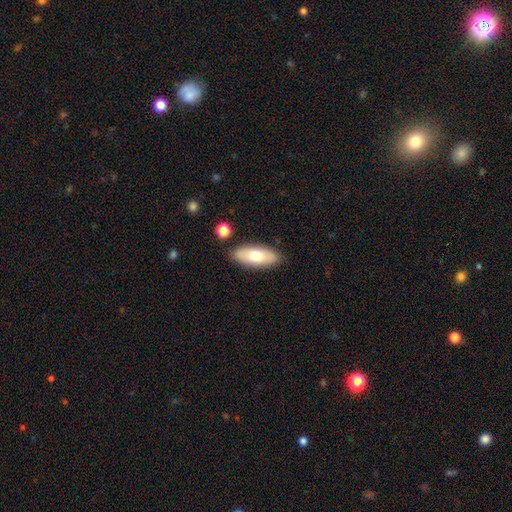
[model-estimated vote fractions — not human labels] A smooth galaxy with no disk features (70%) that is in between round and cigar-shaped (79%).

Vote fractions:
- Smooth or featured? smooth: 70% / featured or disk: 24% / star or artifact: 6%
- How rounded? in between: 79% / cigar-shaped: 18% / round: 2%
- Merging? none: 84% / minor disturbance: 10% / merger: 3% / major disturbance: 2%